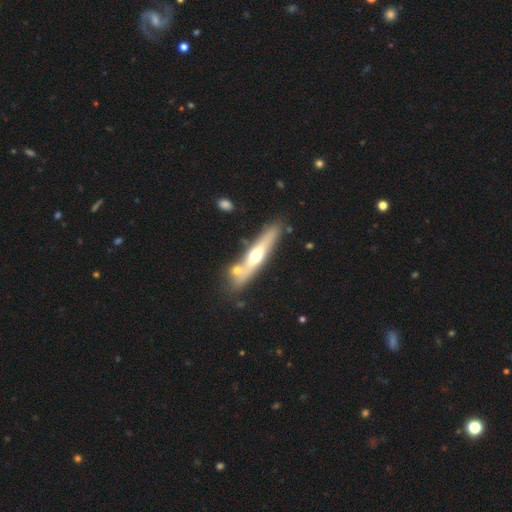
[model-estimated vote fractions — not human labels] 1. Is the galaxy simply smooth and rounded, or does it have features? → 55% featured or disk, 40% smooth, 6% star or artifact.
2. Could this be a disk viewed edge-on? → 85% yes, 15% no.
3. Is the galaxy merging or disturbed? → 73% none, 12% merger, 12% minor disturbance, 3% major disturbance.